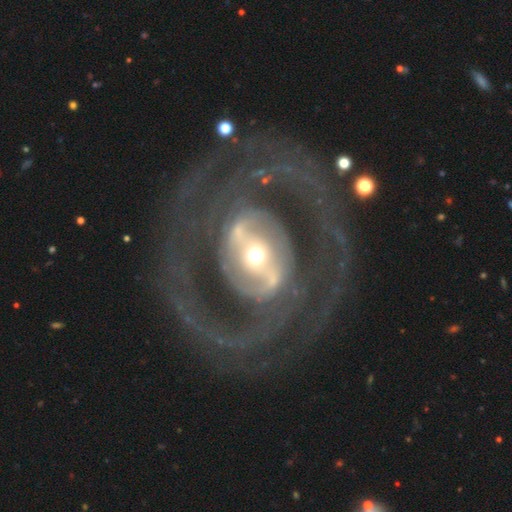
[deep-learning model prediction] Morphology: type=featured or disk (87%); edge-on=no (97%); bar=strong (46%); spiral arms=yes (88%); winding=medium (43%); arm count=2 (69%); bulge=moderate (56%); merging=none (65%).